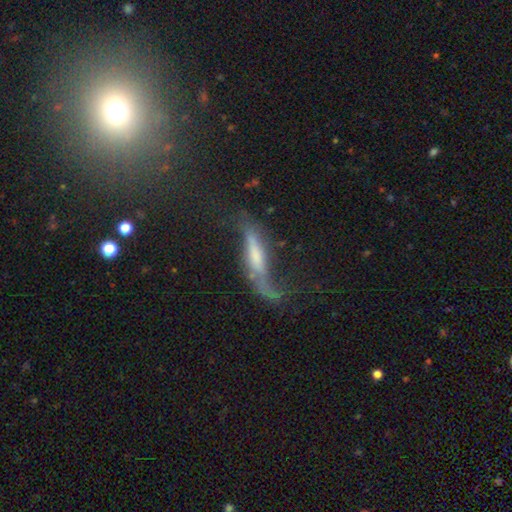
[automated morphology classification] The model was most divided on "merging": none: 35%, major disturbance: 34%, minor disturbance: 24%, merger: 6%. More confident: smooth or featured — featured or disk (63%); edge-on disk — no (51%).